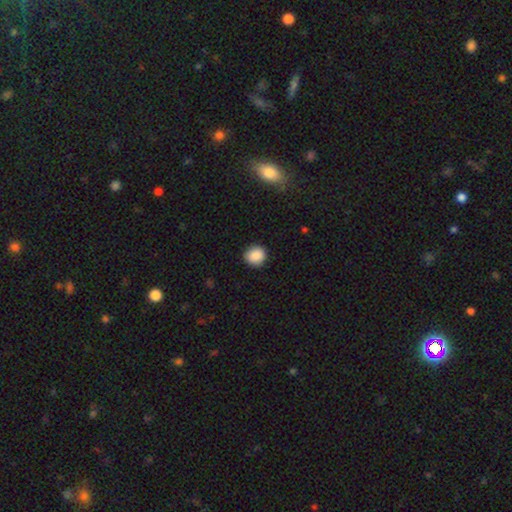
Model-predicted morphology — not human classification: smooth 88%, star or artifact 9%, featured or disk 3%. Down the decision tree: how rounded — round (87%); merging — none (88%).